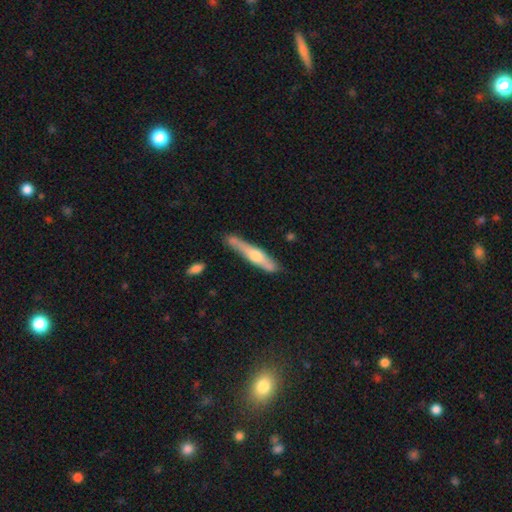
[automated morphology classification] A featured or disk galaxy (48%).

Vote fractions:
- Smooth or featured? featured or disk: 48% / smooth: 47% / star or artifact: 5%
- Merging? none: 66% / minor disturbance: 22% / merger: 7% / major disturbance: 5%